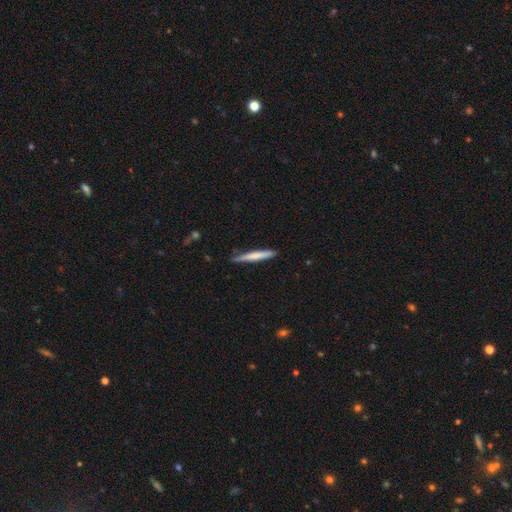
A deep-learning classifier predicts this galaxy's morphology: This is likely a smooth galaxy (67%). How rounded: clearly cigar-shaped (96%). Merging: clearly none (82%).